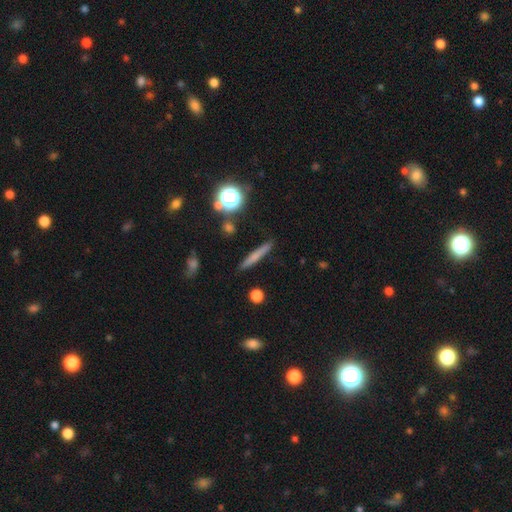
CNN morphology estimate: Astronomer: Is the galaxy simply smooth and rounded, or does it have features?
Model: smooth — 61%.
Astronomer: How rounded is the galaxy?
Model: cigar-shaped — 90%.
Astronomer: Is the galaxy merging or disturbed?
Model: none — 88%.